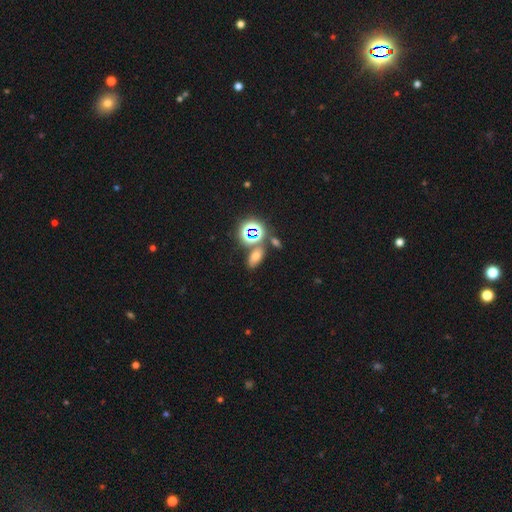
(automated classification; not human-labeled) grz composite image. It shows a smooth galaxy with no disk features (56%) that is in between round and cigar-shaped (82%). Merging: none (70%).